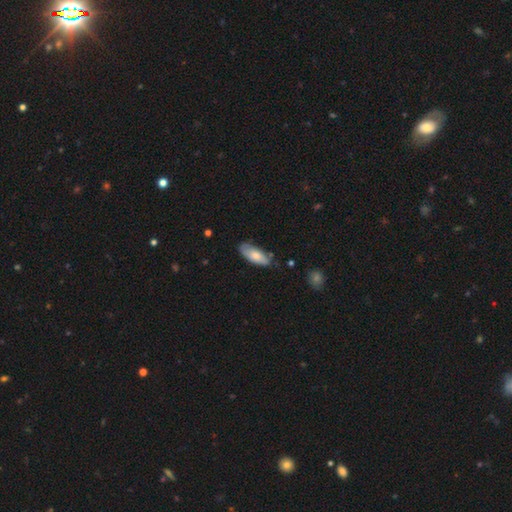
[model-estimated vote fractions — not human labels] smooth 71%, featured or disk 24%, star or artifact 6%. Down the decision tree: how rounded — in between (80%); merging — none (66%).